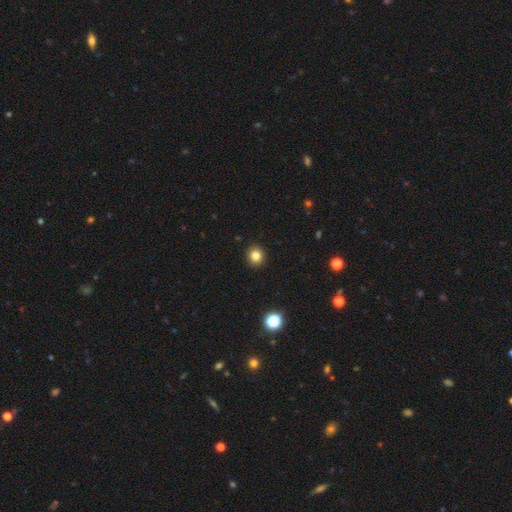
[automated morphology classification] Smooth or featured? smooth (82%)
How rounded? round (85%)
Merging? none (92%)